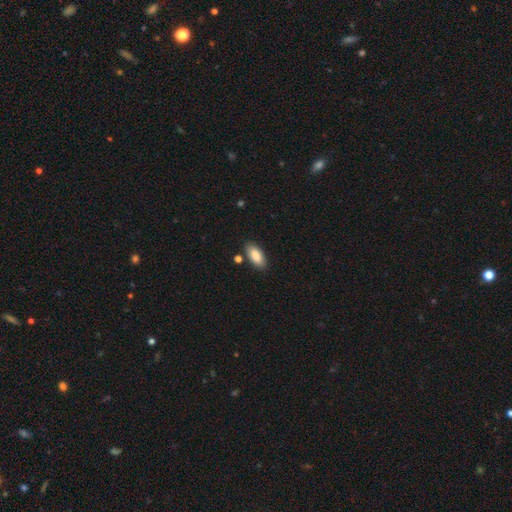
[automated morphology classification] The model was most divided on "merging": none: 84%, minor disturbance: 11%, merger: 4%, major disturbance: 2%. More confident: how rounded — in between (89%); smooth or featured — smooth (88%).